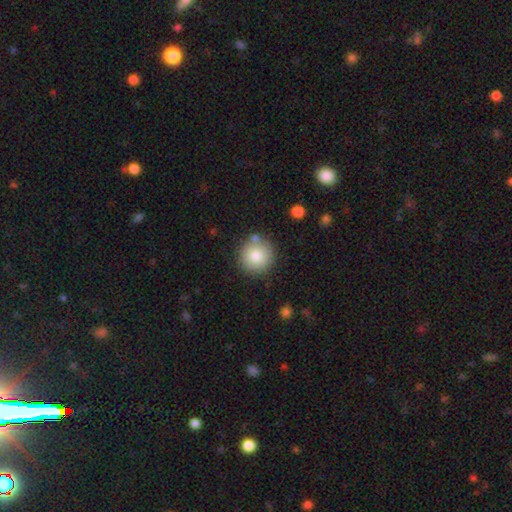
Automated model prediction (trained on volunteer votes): smooth 81%, featured or disk 9%, star or artifact 9%. Down the decision tree: how rounded — round (95%); merging — none (82%).